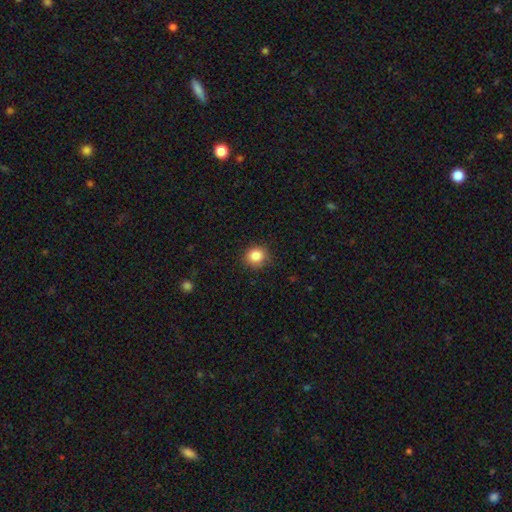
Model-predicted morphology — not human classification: Q: Smooth or featured?
A: smooth (86%); runner-up: star or artifact (10%)
Q: How rounded?
A: round (80%); runner-up: in between (19%)
Q: Merging?
A: none (87%); runner-up: minor disturbance (10%)